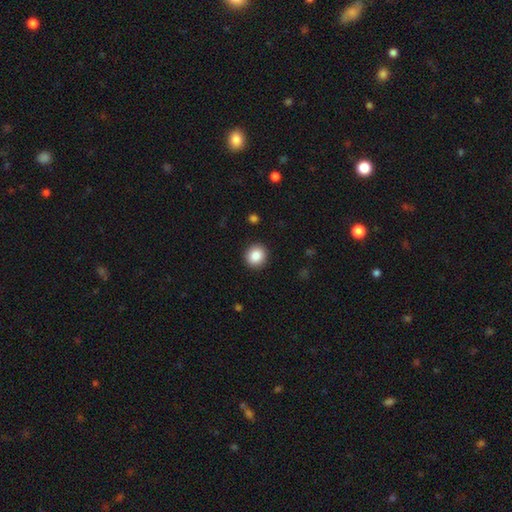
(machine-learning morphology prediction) A smooth galaxy with no disk features (87%) that is round (85%). Merging: none (92%).